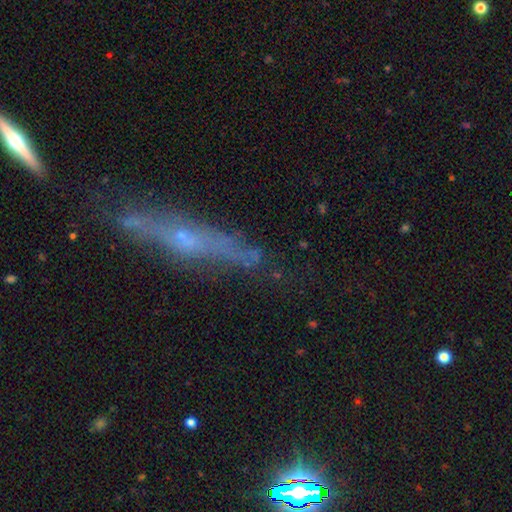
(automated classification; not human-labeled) smooth-or-featured: smooth: 39% | featured or disk: 32% | star or artifact: 29%
  merging: none: 61% | minor disturbance: 16% | merger: 12% | major disturbance: 11%